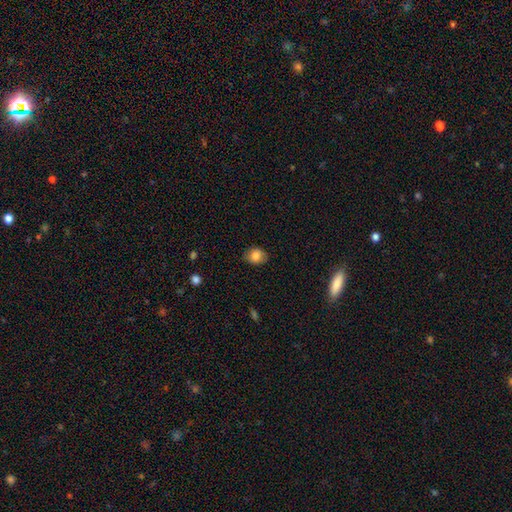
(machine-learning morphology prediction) Overall: smooth (81%). How rounded: in between (53%; round 46%). Merging: none (82%).